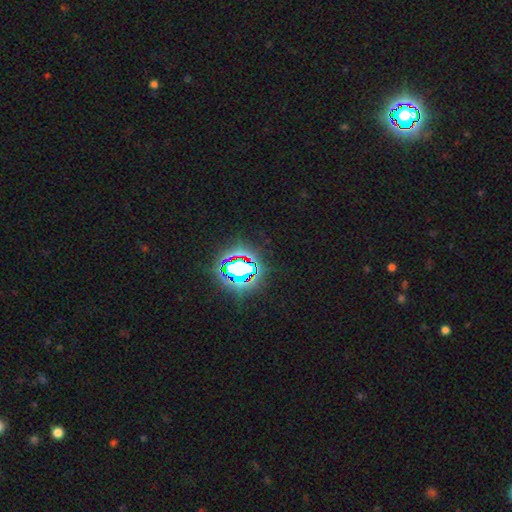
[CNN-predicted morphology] Smooth or featured: star or artifact — 79% (smooth — 14%)